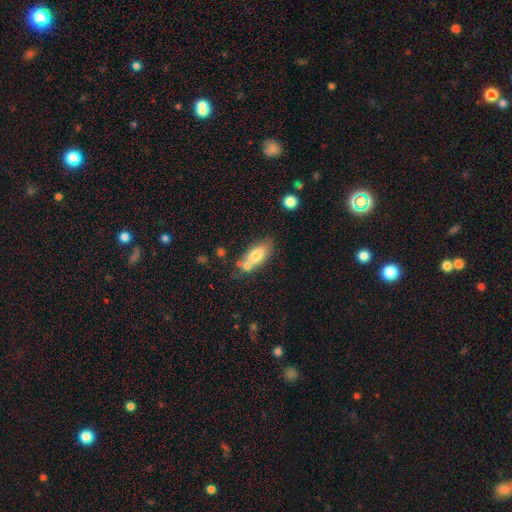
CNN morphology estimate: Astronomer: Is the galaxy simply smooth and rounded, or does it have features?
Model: smooth — 72%.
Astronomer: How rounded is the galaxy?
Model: in between — 82%.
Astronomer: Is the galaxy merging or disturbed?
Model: none — 50% (runner-up: merger, 27%).